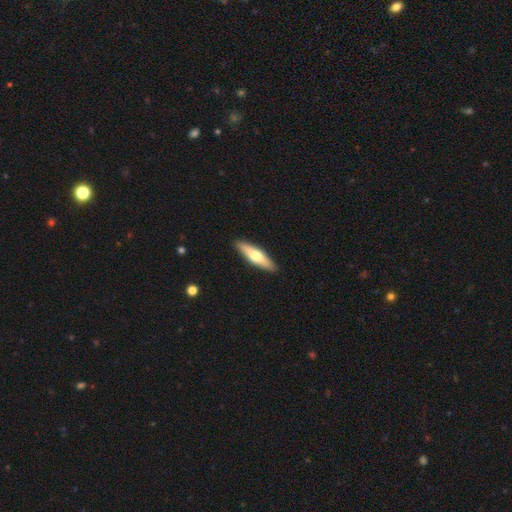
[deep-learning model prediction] Overall: smooth (55%; featured or disk 40%). How rounded: cigar-shaped (70%). Merging: none (91%).